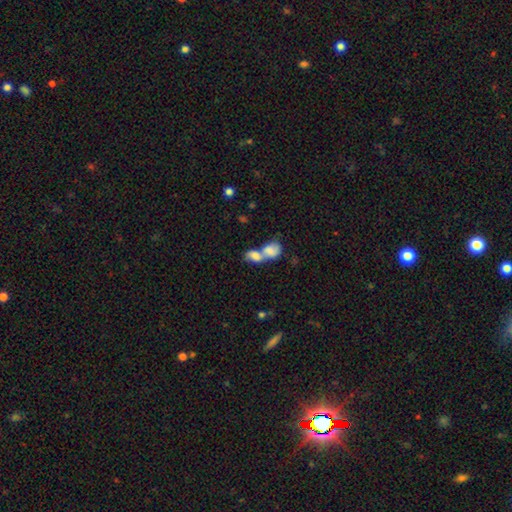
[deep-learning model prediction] smooth-or-featured: smooth: 74% | featured or disk: 17% | star or artifact: 8%
  how-rounded: in between: 80% | round: 16% | cigar-shaped: 4%
  merging: merger: 81% | none: 11% | minor disturbance: 5% | major disturbance: 4%